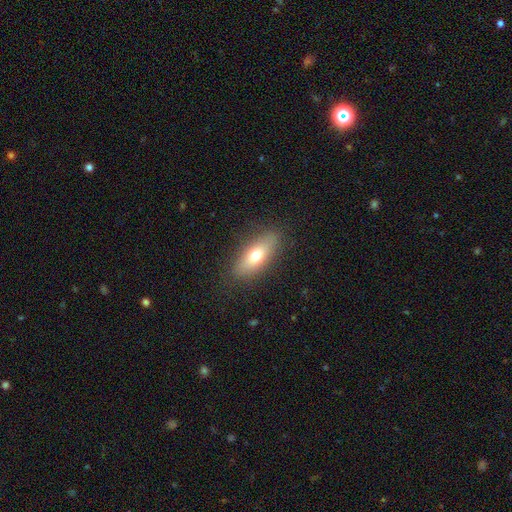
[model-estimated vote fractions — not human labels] smooth-or-featured: smooth: 68% | featured or disk: 24% | star or artifact: 8%
  how-rounded: in between: 68% | cigar-shaped: 28% | round: 4%
  merging: none: 85% | minor disturbance: 11% | major disturbance: 3% | merger: 1%